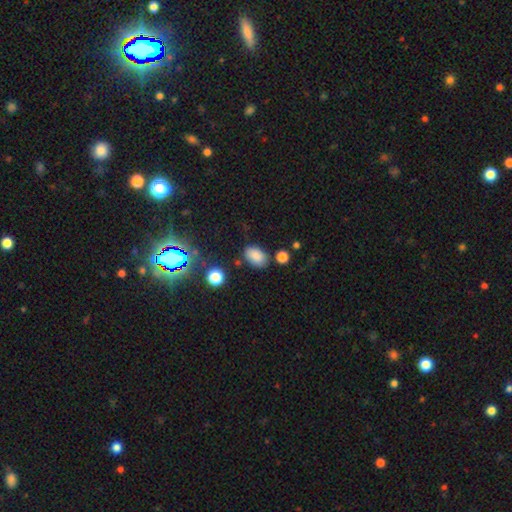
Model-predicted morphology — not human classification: smooth 83%, star or artifact 11%, featured or disk 5%. Down the decision tree: how rounded — in between (86%); merging — none (75%).